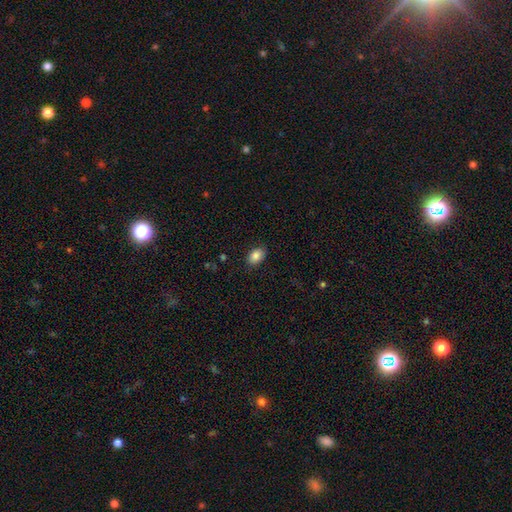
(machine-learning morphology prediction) Smooth or featured: smooth — 86% (star or artifact — 8%)
How rounded: in between — 85% (round — 14%)
Merging: none — 86% (minor disturbance — 11%)